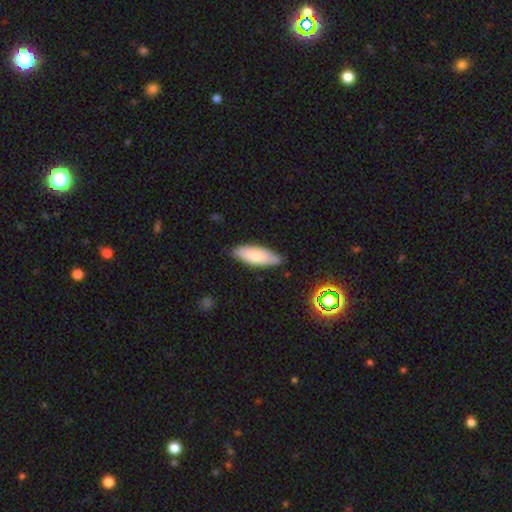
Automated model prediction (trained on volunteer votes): This is likely a smooth galaxy (69%). How rounded: likely in between (70%). Merging: likely none (78%).